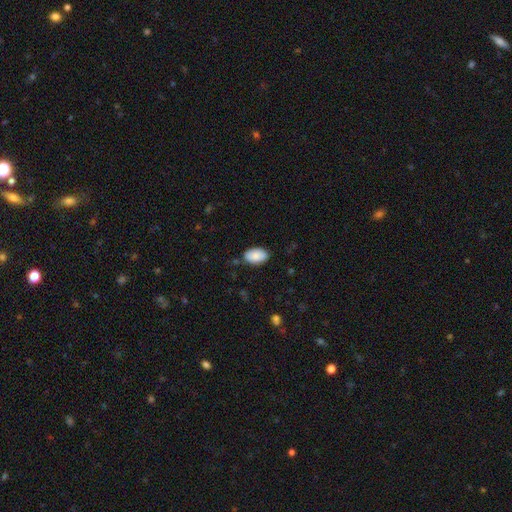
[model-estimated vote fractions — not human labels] Morphology: type=smooth (84%); roundness=in between (93%); merging=none (81%).